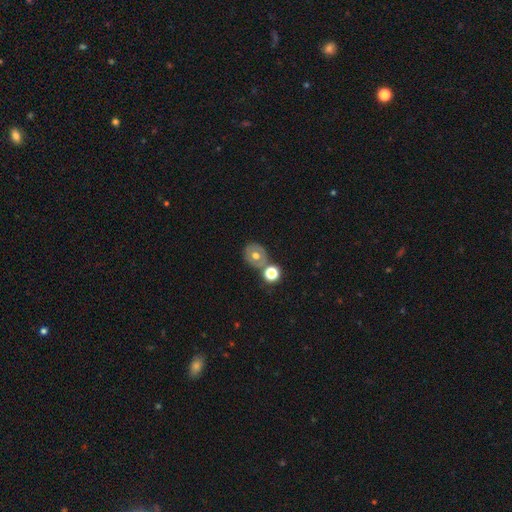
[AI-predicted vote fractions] This appears to be a smooth galaxy with no disk features (49%). Merging: none (64%).